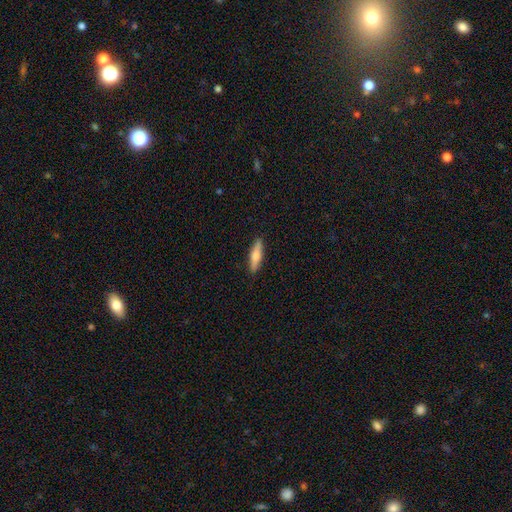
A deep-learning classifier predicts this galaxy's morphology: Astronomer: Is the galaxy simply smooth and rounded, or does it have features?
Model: smooth — 65%.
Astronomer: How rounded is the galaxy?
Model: cigar-shaped — 71%.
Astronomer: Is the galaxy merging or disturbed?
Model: none — 89%.